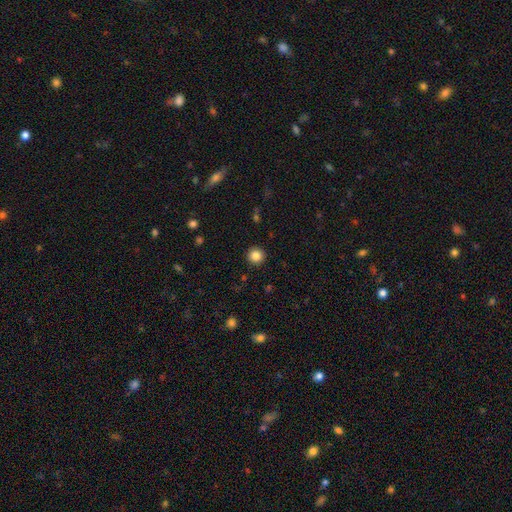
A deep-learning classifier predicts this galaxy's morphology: smooth 85%, star or artifact 11%, featured or disk 4%. Down the decision tree: how rounded — round (95%); merging — none (93%).